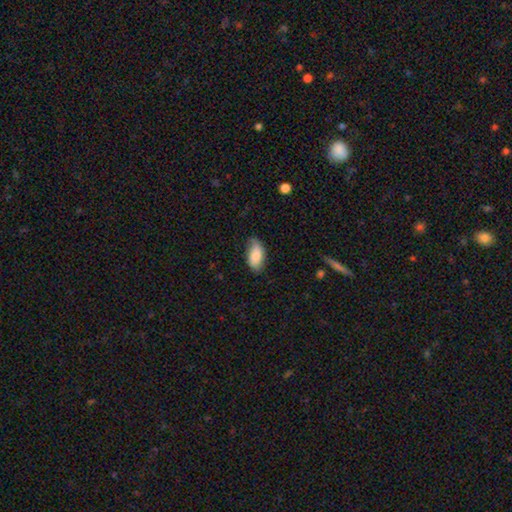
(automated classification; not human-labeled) Smooth or featured? smooth (78%)
How rounded? in between (94%)
Merging? none (65%)